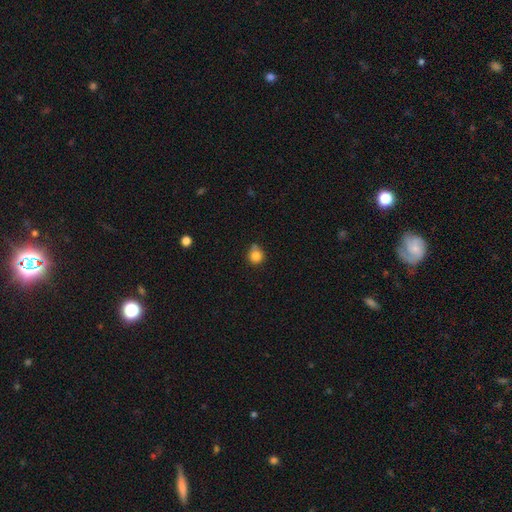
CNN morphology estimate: The model was most divided on "merging": none: 65%, minor disturbance: 21%, merger: 10%, major disturbance: 4%. More confident: how rounded — round (90%); smooth or featured — smooth (83%).